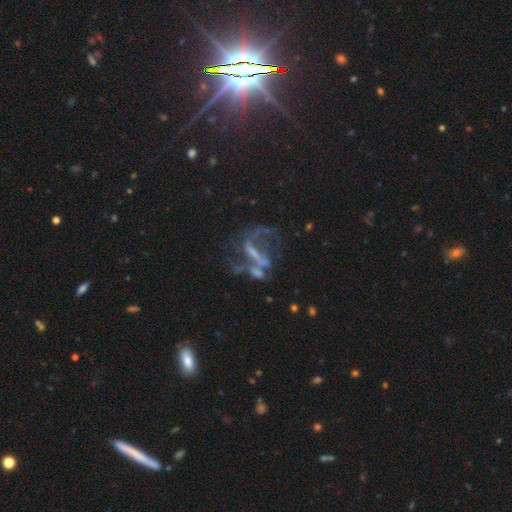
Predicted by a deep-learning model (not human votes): smooth-or-featured: featured or disk: 71% | star or artifact: 19% | smooth: 11%
  disk-edge-on: no: 93% | yes: 7%
    bar: strong: 44% | weak: 32% | no: 24%
    has-spiral-arms: yes: 68% | no: 32%
    bulge-size: none: 44% | small: 34% | moderate: 17% | large: 3% | dominant: 1%
  merging: none: 34% | major disturbance: 31% | merger: 21% | minor disturbance: 14%